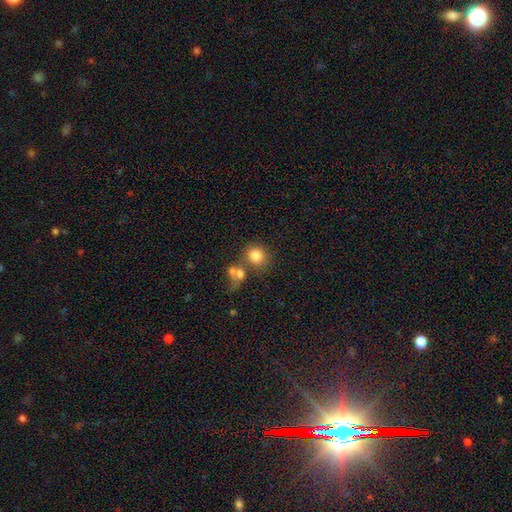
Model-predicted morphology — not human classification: A smooth galaxy with no disk features (81%) that is round (79%).

Vote fractions:
- Smooth or featured? smooth: 81% / star or artifact: 10% / featured or disk: 8%
- How rounded? round: 79% / in between: 20% / cigar-shaped: 1%
- Merging? none: 56% / merger: 26% / minor disturbance: 11% / major disturbance: 7%